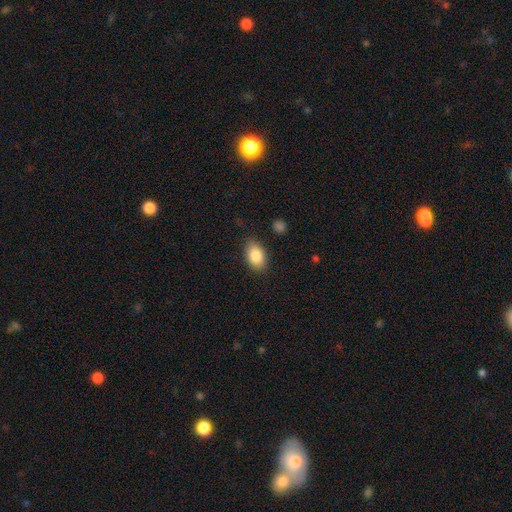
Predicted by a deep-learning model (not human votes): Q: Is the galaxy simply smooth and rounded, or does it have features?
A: smooth — 86%.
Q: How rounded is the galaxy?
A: in between — 89%.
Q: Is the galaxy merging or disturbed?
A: none — 82%.